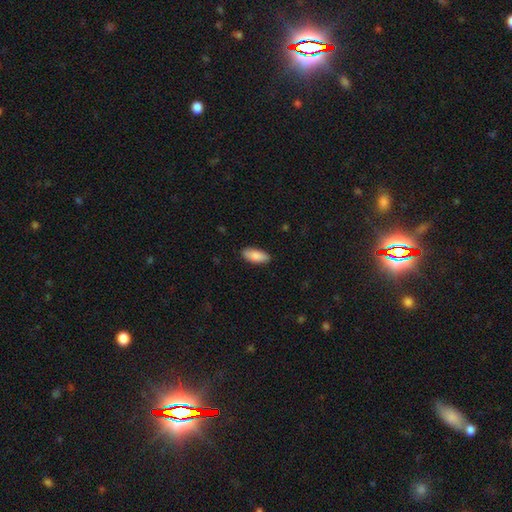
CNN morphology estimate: Overall: smooth (87%). How rounded: in between (82%). Merging: none (87%).